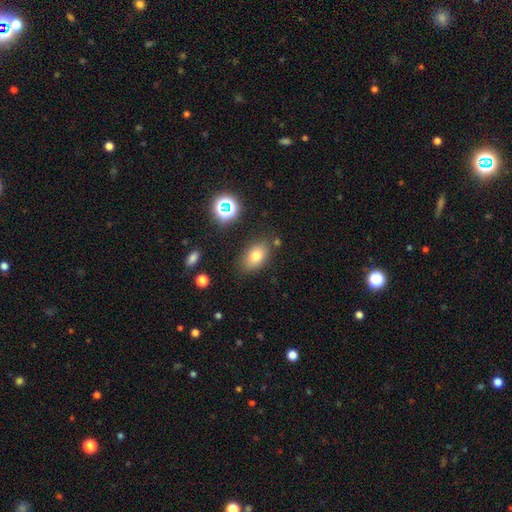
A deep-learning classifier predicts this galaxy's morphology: smooth 75%, star or artifact 13%, featured or disk 12%. Down the decision tree: how rounded — in between (85%); merging — none (80%).